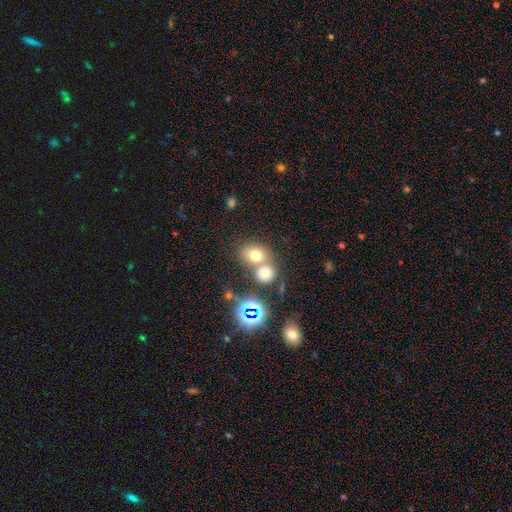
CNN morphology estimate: Q: Smooth or featured?
A: smooth (69%); runner-up: star or artifact (19%)
Q: How rounded?
A: round (60%); runner-up: in between (39%)
Q: Merging?
A: none (48%); runner-up: merger (40%)